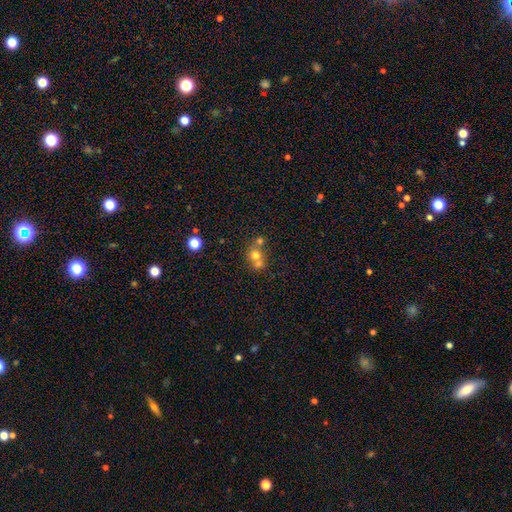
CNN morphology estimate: A smooth galaxy with no disk features (66%) that is round (80%).

Vote fractions:
- Smooth or featured? smooth: 66% / featured or disk: 18% / star or artifact: 16%
- How rounded? round: 80% / in between: 19% / cigar-shaped: 1%
- Merging? merger: 52% / none: 38% / minor disturbance: 6% / major disturbance: 3%